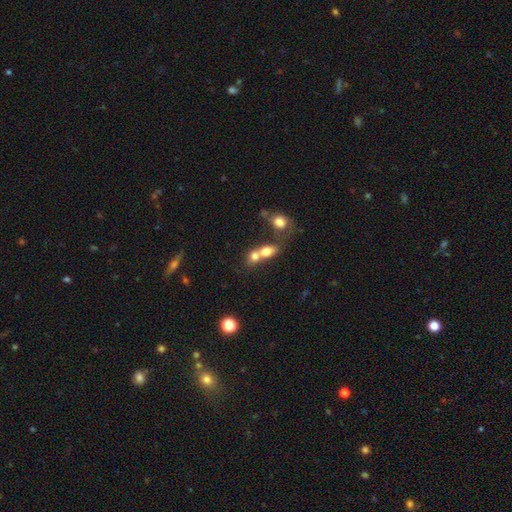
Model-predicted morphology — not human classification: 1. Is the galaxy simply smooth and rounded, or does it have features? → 71% smooth, 17% featured or disk, 12% star or artifact.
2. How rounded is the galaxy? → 53% in between, 43% round, 4% cigar-shaped.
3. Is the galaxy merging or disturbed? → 68% merger, 21% none, 6% minor disturbance, 5% major disturbance.